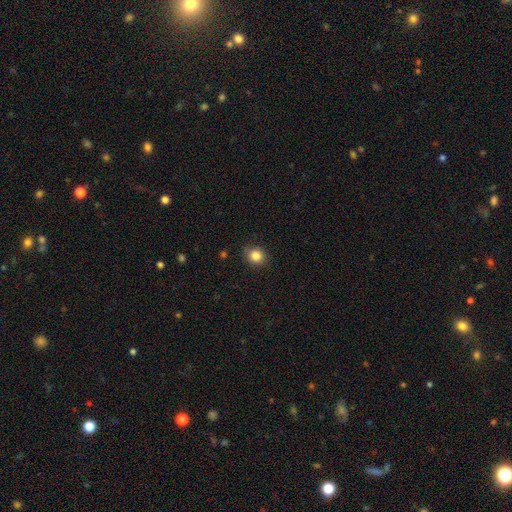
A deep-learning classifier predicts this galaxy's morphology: The model was most divided on "how rounded": round: 83%, in between: 16%, cigar-shaped: 1%. More confident: merging — none (87%); smooth or featured — smooth (85%).